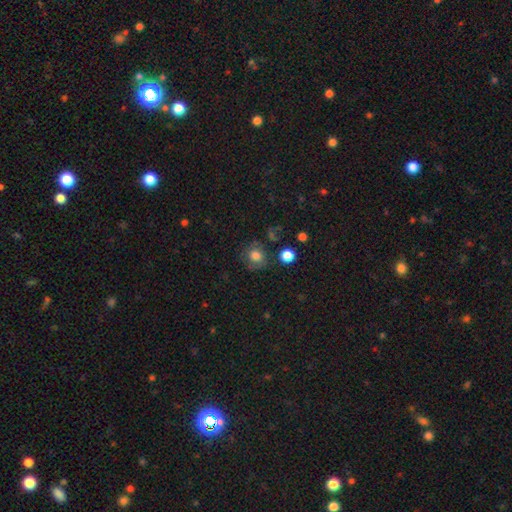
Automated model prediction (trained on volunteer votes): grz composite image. It shows a smooth galaxy with no disk features (77%) that is round (83%). Merging: none (72%).